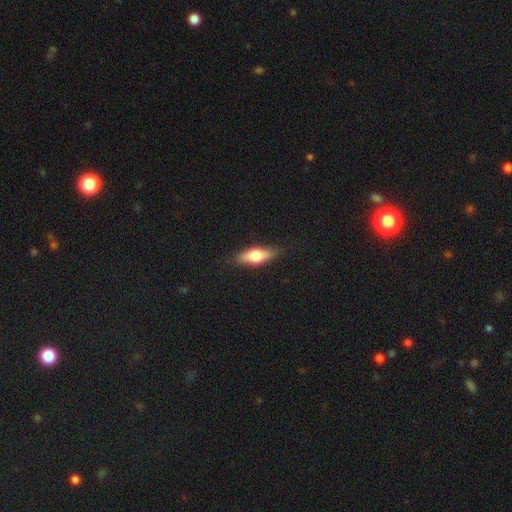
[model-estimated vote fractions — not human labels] Smooth or featured?
  - smooth: 58% *
  - featured or disk: 36%
  - star or artifact: 6%
How rounded?
  - in between: 55% *
  - cigar-shaped: 42%
  - round: 3%
Merging?
  - none: 86% *
  - minor disturbance: 11%
  - major disturbance: 2%
  - merger: 1%